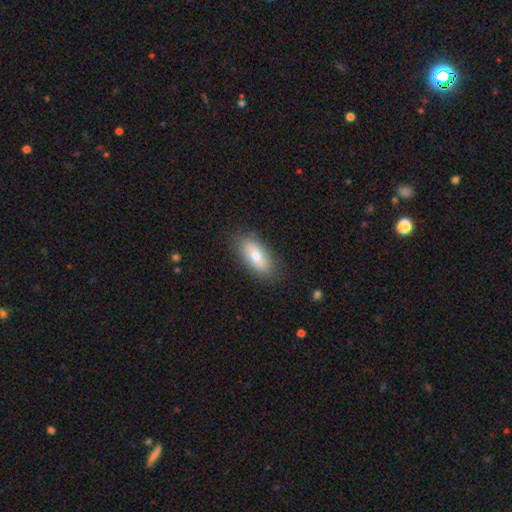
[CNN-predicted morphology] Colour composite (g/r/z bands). It shows a smooth galaxy with no disk features (70%) that is in between round and cigar-shaped (84%). Merging: none (85%).